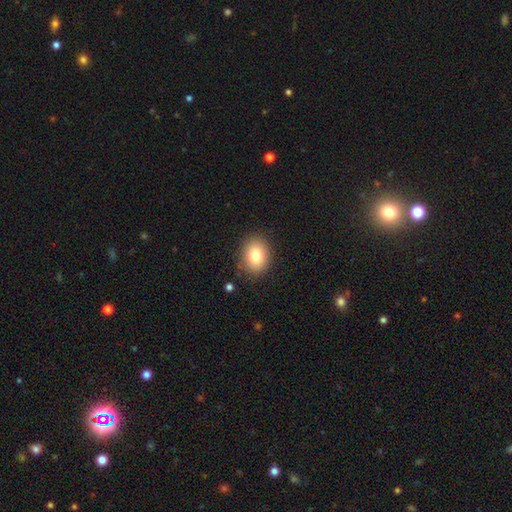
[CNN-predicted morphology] A smooth galaxy with no disk features (82%) that is in between round and cigar-shaped (58%). Merging: none (86%).